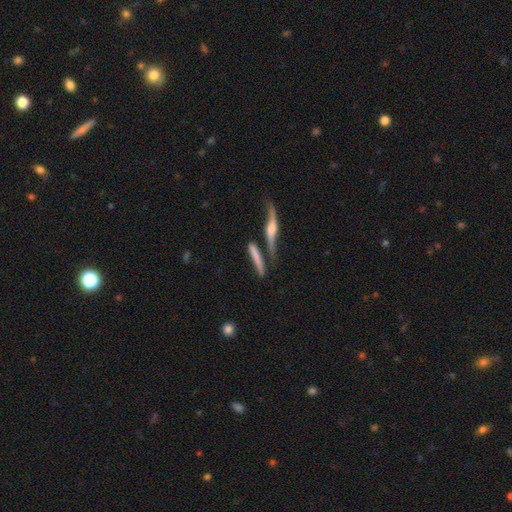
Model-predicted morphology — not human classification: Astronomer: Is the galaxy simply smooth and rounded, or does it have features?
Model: smooth — 52% (runner-up: featured or disk, 40%).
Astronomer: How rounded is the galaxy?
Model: cigar-shaped — 87%.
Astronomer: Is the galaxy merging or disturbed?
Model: none — 53%.